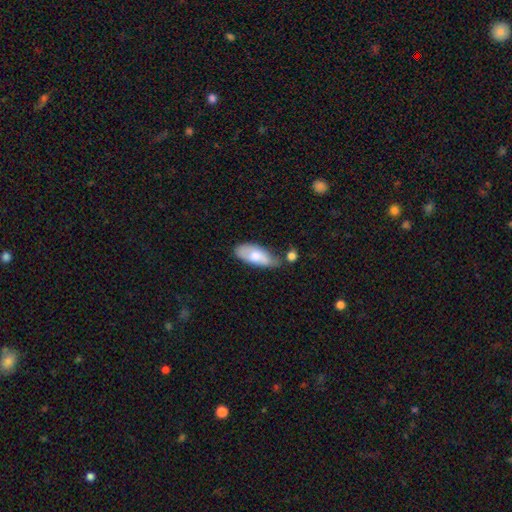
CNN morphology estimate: smooth 73%, featured or disk 21%, star or artifact 6%. Down the decision tree: how rounded — in between (85%); merging — none (47%).